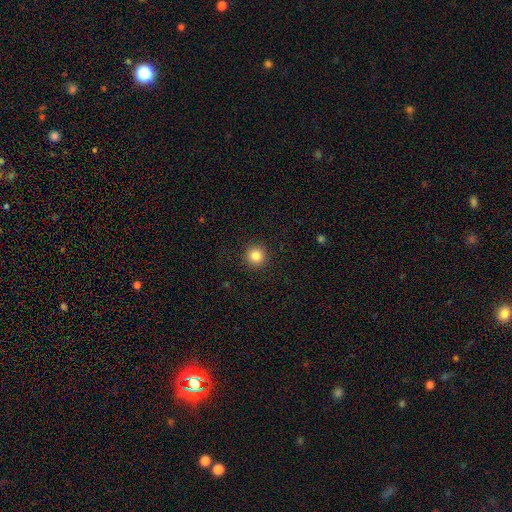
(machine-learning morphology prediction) Overall: smooth (85%). How rounded: round (95%). Merging: none (92%).